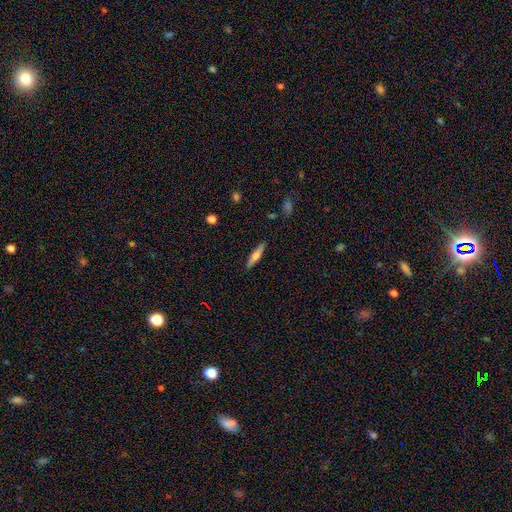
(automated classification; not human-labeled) This is possibly a smooth galaxy (52%). How rounded: likely cigar-shaped (79%). Merging: clearly none (89%).